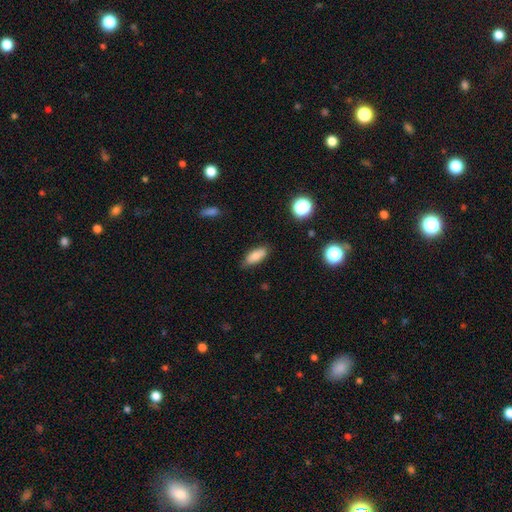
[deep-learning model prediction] A smooth galaxy with no disk features (81%) that is in between round and cigar-shaped (81%).

Vote fractions:
- Smooth or featured? smooth: 81% / featured or disk: 11% / star or artifact: 9%
- How rounded? in between: 81% / cigar-shaped: 16% / round: 3%
- Merging? none: 79% / minor disturbance: 16% / major disturbance: 3% / merger: 2%